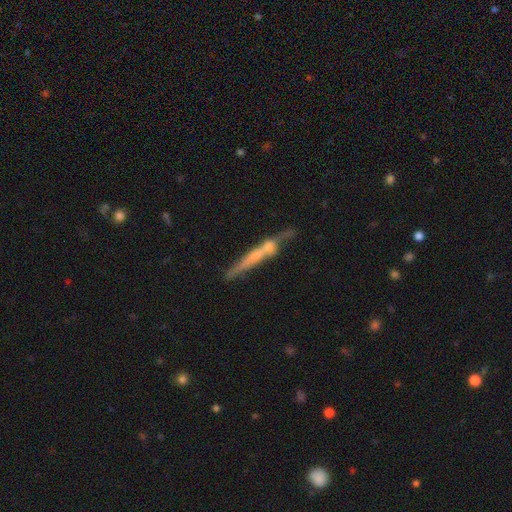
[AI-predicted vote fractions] The model was most divided on "edge-on bulge": none: 48%, rounded: 38%, boxy: 14%. More confident: edge-on disk — yes (88%); smooth or featured — featured or disk (58%); merging — none (51%).